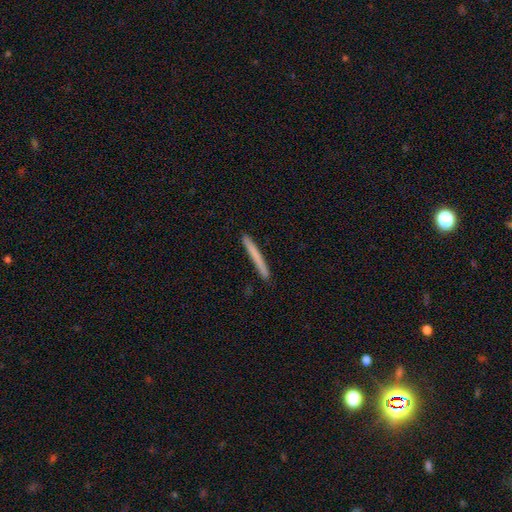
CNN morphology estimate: This appears to be a smooth galaxy with no disk features (68%) that is cigar-shaped (97%). Merging: none (91%).